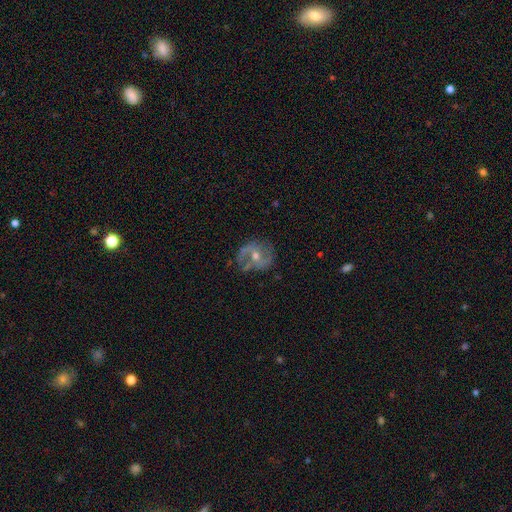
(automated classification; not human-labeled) This appears to be a featured or disk galaxy (77%) with no bar (48%), 2 (70%) medium (46%) spiral arms (87%) and a moderate central bulge (54%). Merging: none (69%).